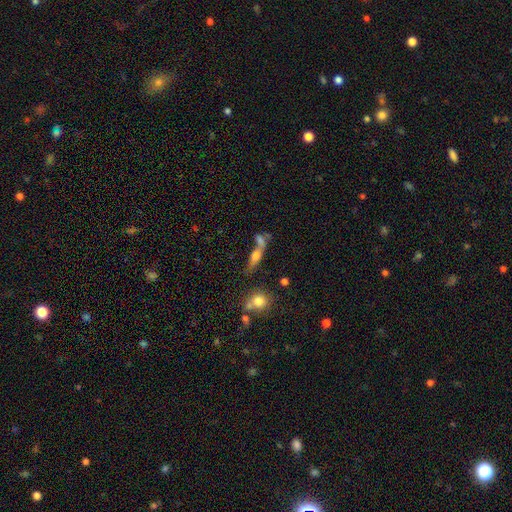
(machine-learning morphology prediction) Smooth or featured? Predicted: smooth (p=0.56). How rounded? Predicted: cigar-shaped (p=0.50). Merging? Predicted: merger (p=0.43).